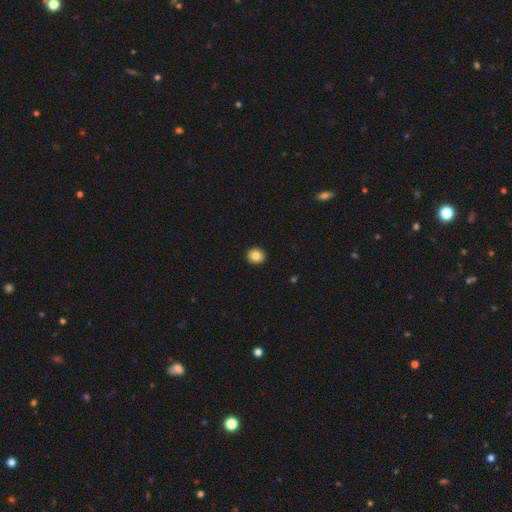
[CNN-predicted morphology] smooth 85%, star or artifact 9%, featured or disk 6%. Down the decision tree: how rounded — round (81%); merging — none (93%).